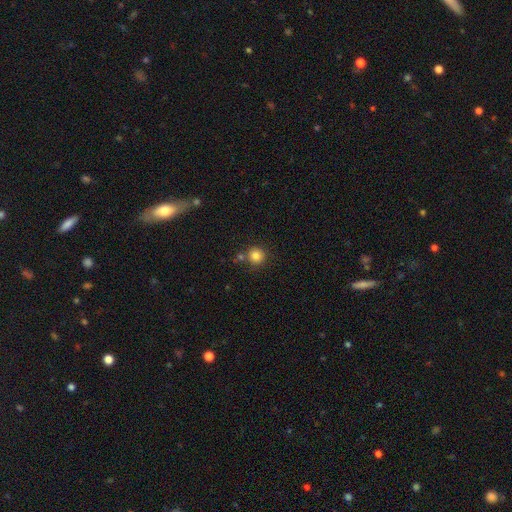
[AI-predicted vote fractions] A smooth galaxy with no disk features (83%) that is round (94%). Merging: none (76%).